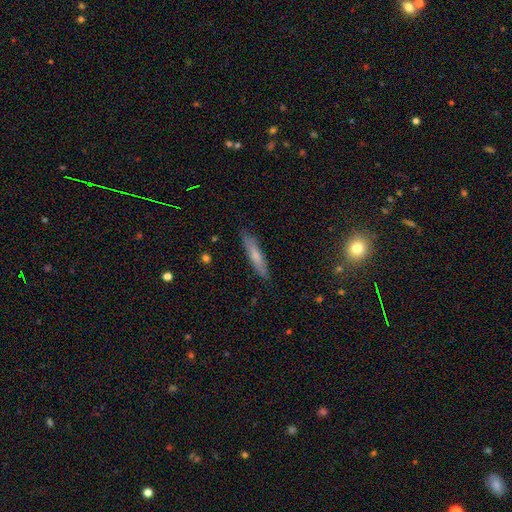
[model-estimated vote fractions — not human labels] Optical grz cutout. It shows a smooth galaxy with no disk features (63%) that is cigar-shaped (89%). Merging: none (87%).